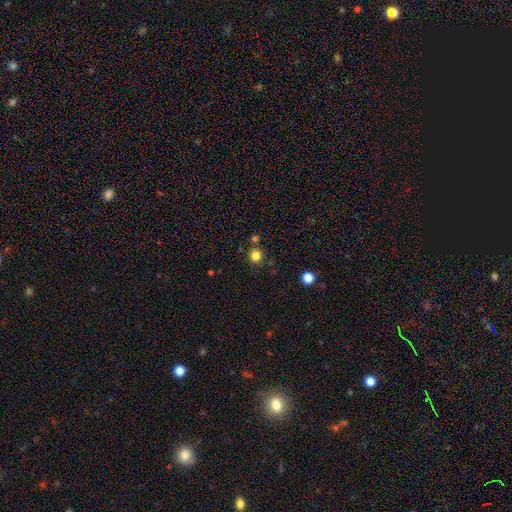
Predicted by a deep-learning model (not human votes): Q: Smooth or featured?
A: smooth (81%); runner-up: star or artifact (14%)
Q: How rounded?
A: round (90%); runner-up: in between (9%)
Q: Merging?
A: none (80%); runner-up: minor disturbance (9%)